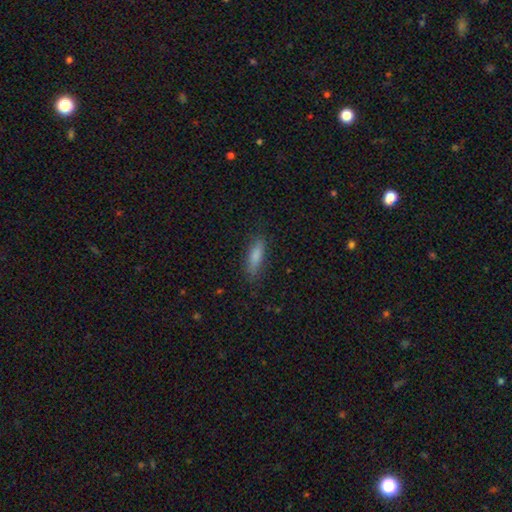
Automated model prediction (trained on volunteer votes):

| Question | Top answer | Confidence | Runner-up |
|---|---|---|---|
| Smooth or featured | smooth | 80% | featured or disk (13%) |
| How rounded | cigar-shaped | 61% | in between (37%) |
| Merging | none | 82% | minor disturbance (13%) |